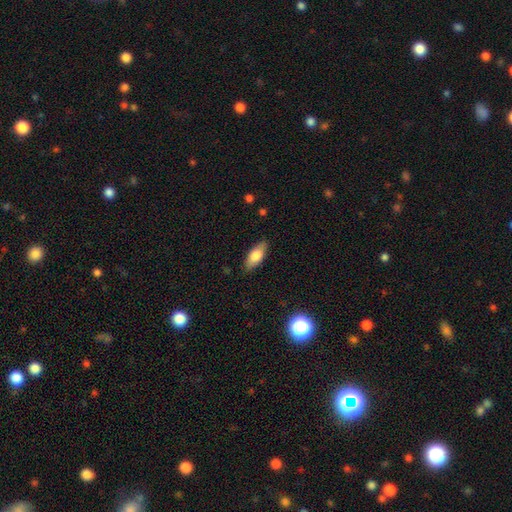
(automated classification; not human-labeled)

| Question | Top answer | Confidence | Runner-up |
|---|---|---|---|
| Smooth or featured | smooth | 75% | featured or disk (18%) |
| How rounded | in between | 81% | cigar-shaped (16%) |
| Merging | none | 84% | minor disturbance (12%) |